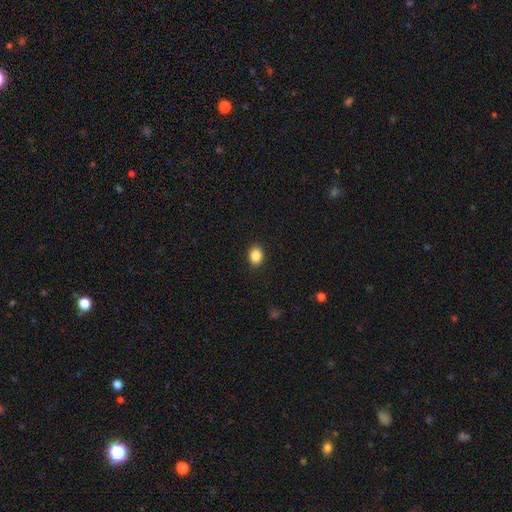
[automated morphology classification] A smooth galaxy with no disk features (86%) that is in between round and cigar-shaped (60%).

Vote fractions:
- Smooth or featured? smooth: 86% / star or artifact: 9% / featured or disk: 5%
- How rounded? in between: 60% / round: 39% / cigar-shaped: 1%
- Merging? none: 91% / minor disturbance: 6% / major disturbance: 2% / merger: 1%